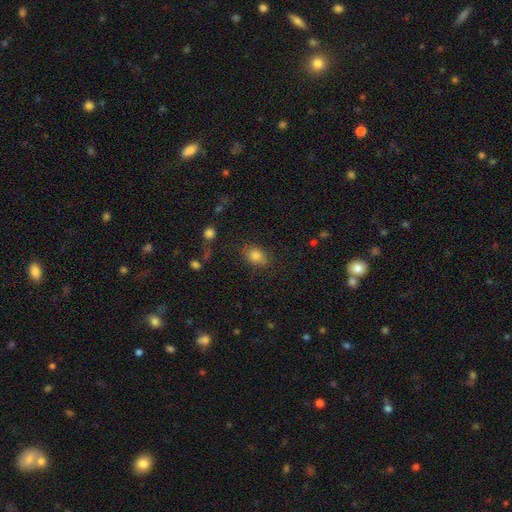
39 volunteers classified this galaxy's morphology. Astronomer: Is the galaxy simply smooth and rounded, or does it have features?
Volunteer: smooth — 90%.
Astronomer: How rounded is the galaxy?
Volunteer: in between — 51% (runner-up: round, 46%).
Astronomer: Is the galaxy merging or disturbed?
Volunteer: none — 81%.